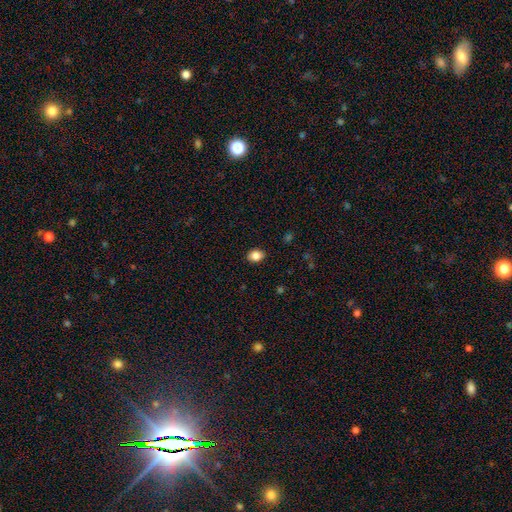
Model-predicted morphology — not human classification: Smooth or featured: smooth — 86% (star or artifact — 9%)
How rounded: in between — 62% (round — 37%)
Merging: none — 90% (minor disturbance — 8%)